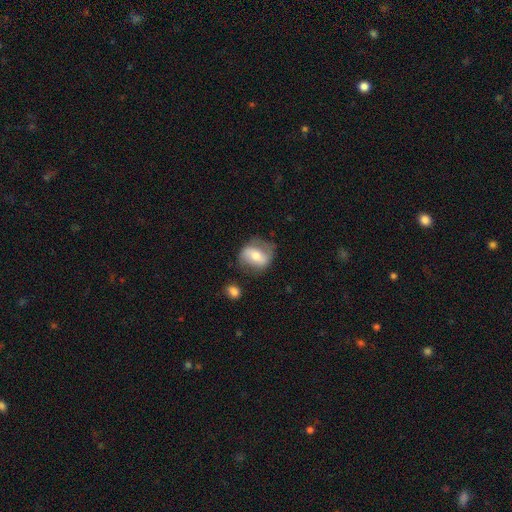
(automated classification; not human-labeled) Smooth or featured? Predicted: featured or disk (p=0.47). Merging? Predicted: none (p=0.64).